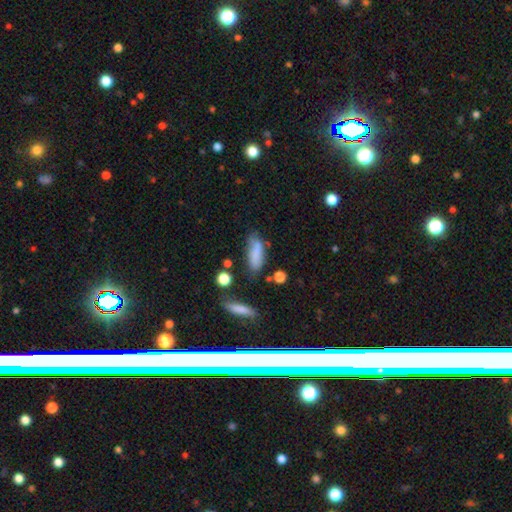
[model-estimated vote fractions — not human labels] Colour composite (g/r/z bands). It shows a smooth galaxy with no disk features (77%) that is in between round and cigar-shaped (62%). Merging: none (54%).